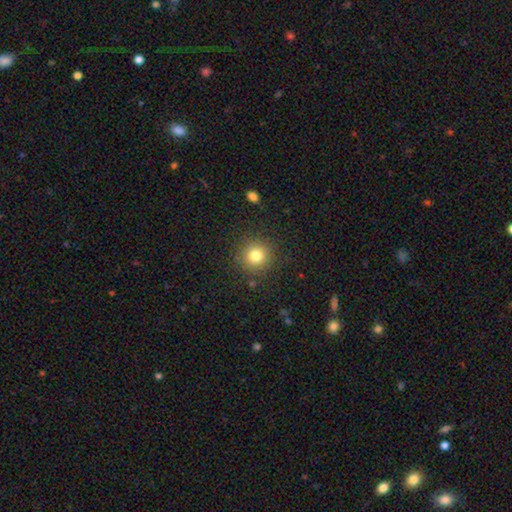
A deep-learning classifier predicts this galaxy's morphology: Q: Smooth or featured?
A: smooth (80%); runner-up: star or artifact (13%)
Q: How rounded?
A: round (94%); runner-up: in between (6%)
Q: Merging?
A: none (88%); runner-up: minor disturbance (7%)